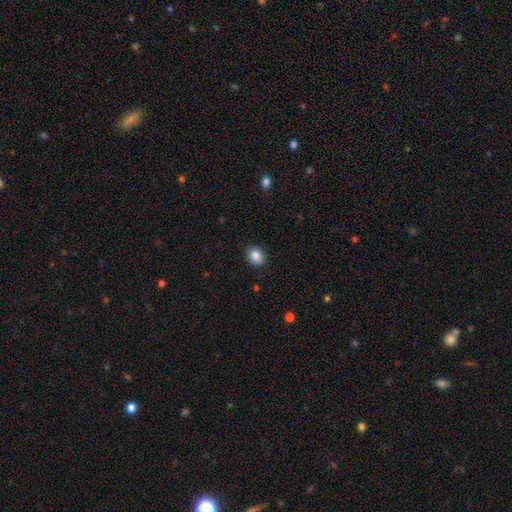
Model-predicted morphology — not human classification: Q: Smooth or featured?
A: smooth (87%); runner-up: star or artifact (9%)
Q: How rounded?
A: round (53%); runner-up: in between (46%)
Q: Merging?
A: none (89%); runner-up: minor disturbance (8%)